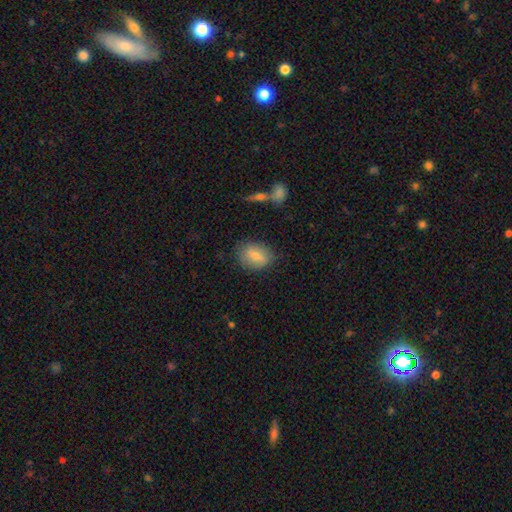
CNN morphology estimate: Smooth or featured? Predicted: smooth (p=0.77). How rounded? Predicted: in between (p=0.73). Merging? Predicted: none (p=0.79).